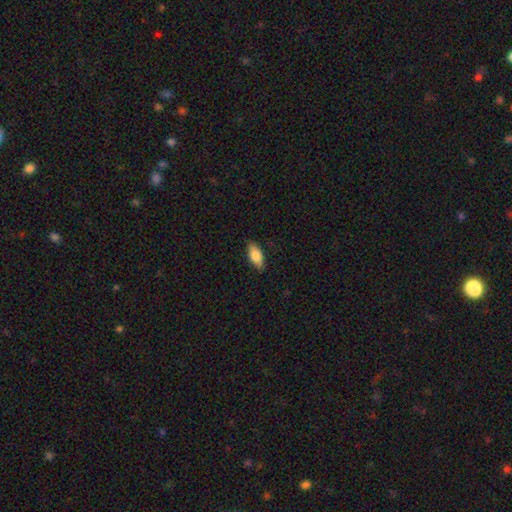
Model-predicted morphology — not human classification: smooth-or-featured: smooth: 81% | featured or disk: 13% | star or artifact: 6%
  how-rounded: in between: 85% | cigar-shaped: 12% | round: 2%
  merging: none: 86% | minor disturbance: 11% | major disturbance: 2% | merger: 1%